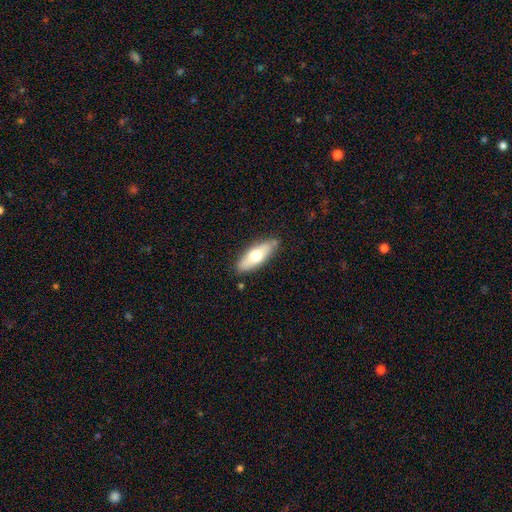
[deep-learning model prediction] Smooth or featured?
  - smooth: 62% *
  - featured or disk: 33%
  - star or artifact: 6%
How rounded?
  - in between: 61% *
  - cigar-shaped: 37%
  - round: 2%
Merging?
  - none: 83% *
  - minor disturbance: 12%
  - major disturbance: 2%
  - merger: 2%